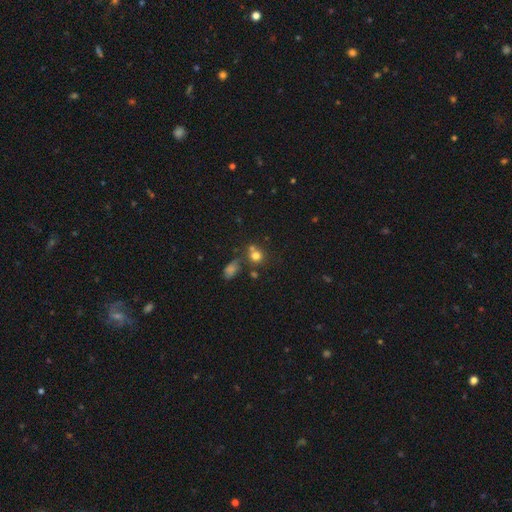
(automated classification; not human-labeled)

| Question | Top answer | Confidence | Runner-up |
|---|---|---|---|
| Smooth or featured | smooth | 74% | star or artifact (17%) |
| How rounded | round | 83% | in between (16%) |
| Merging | none | 56% | merger (27%) |